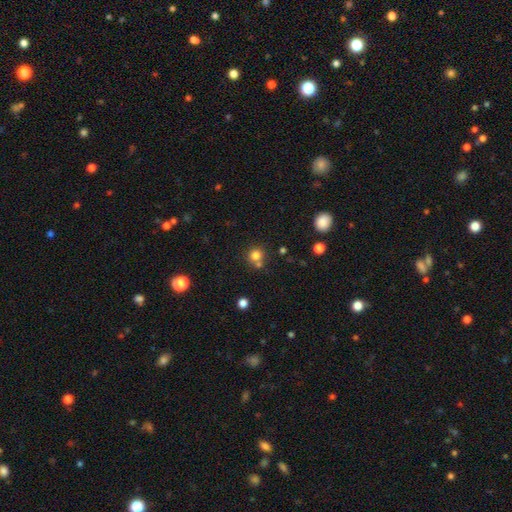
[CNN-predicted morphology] Q: Smooth or featured?
A: smooth (79%); runner-up: star or artifact (14%)
Q: How rounded?
A: round (91%); runner-up: in between (8%)
Q: Merging?
A: none (66%); runner-up: merger (23%)